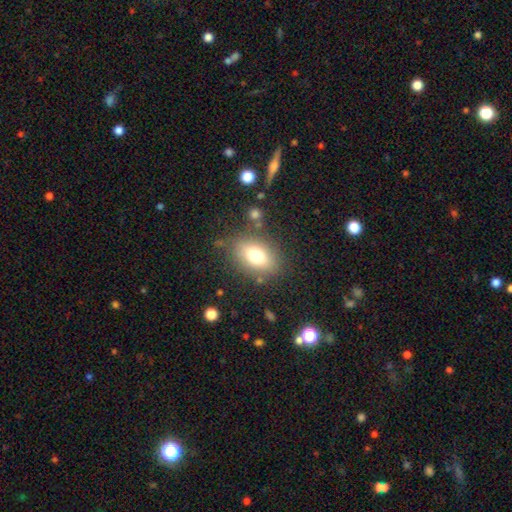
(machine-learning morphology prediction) Smooth or featured? smooth (74%)
How rounded? in between (77%)
Merging? none (78%)